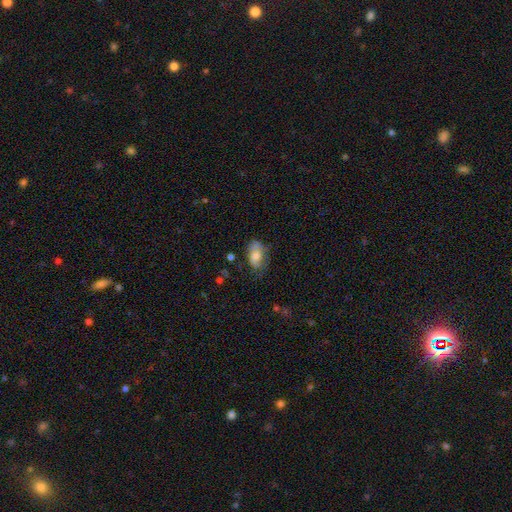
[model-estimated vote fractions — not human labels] A smooth galaxy with no disk features (65%) that is in between round and cigar-shaped (89%). Merging: none (48%).